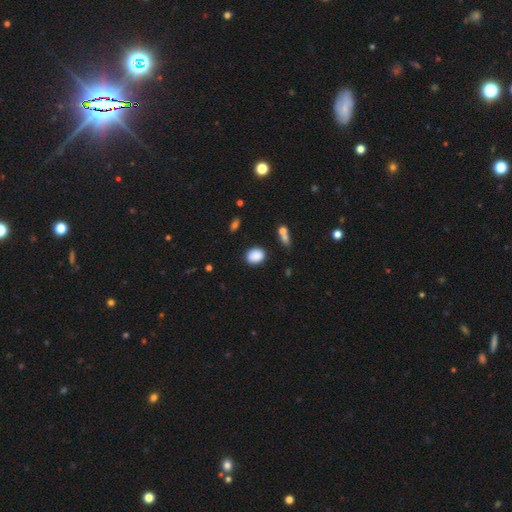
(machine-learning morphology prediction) smooth-or-featured: smooth: 87% | star or artifact: 9% | featured or disk: 4%
  how-rounded: in between: 54% | round: 45% | cigar-shaped: 1%
  merging: none: 83% | minor disturbance: 11% | merger: 3% | major disturbance: 3%